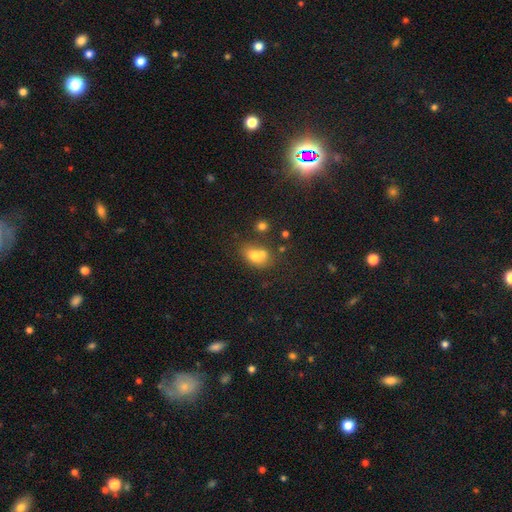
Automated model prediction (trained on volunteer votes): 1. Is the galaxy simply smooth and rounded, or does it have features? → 69% smooth, 19% featured or disk, 12% star or artifact.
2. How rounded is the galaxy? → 66% in between, 32% round, 2% cigar-shaped.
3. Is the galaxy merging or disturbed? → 47% merger, 35% none, 12% minor disturbance, 5% major disturbance.